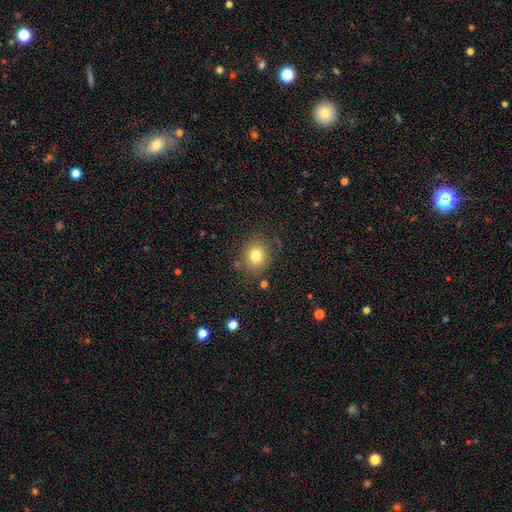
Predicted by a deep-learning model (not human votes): Morphology: type=smooth (77%); roundness=round (78%); merging=none (83%).